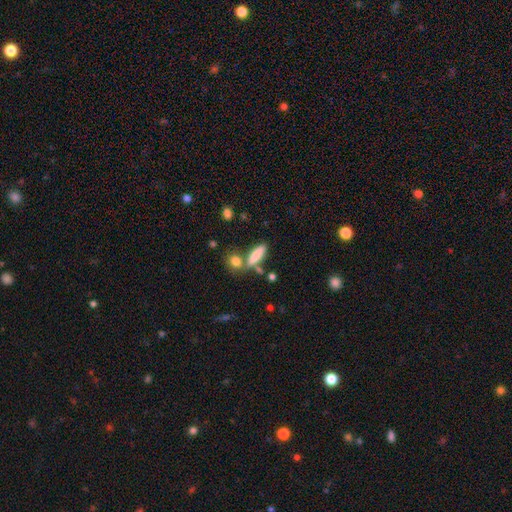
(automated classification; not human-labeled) A smooth galaxy with no disk features (81%) that is cigar-shaped (57%).

Vote fractions:
- Smooth or featured? smooth: 81% / featured or disk: 12% / star or artifact: 8%
- How rounded? cigar-shaped: 57% / in between: 39% / round: 4%
- Merging? none: 60% / merger: 21% / minor disturbance: 14% / major disturbance: 5%